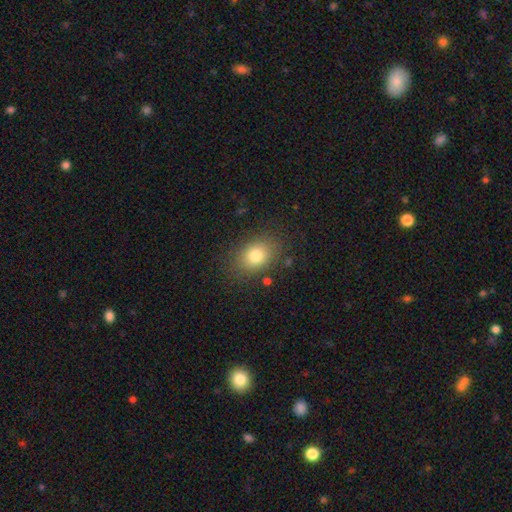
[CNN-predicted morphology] smooth-or-featured: smooth: 80% | featured or disk: 10% | star or artifact: 10%
  how-rounded: in between: 68% | round: 31% | cigar-shaped: 1%
  merging: none: 82% | minor disturbance: 12% | major disturbance: 4% | merger: 2%